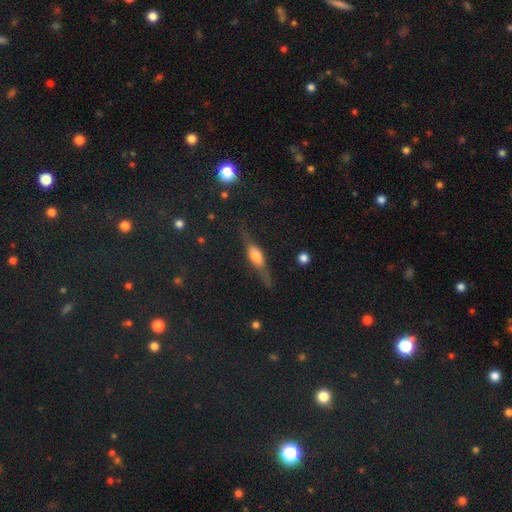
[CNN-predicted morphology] This appears to be a featured or disk galaxy (56%) viewed edge-on (88%). Merging: none (70%).